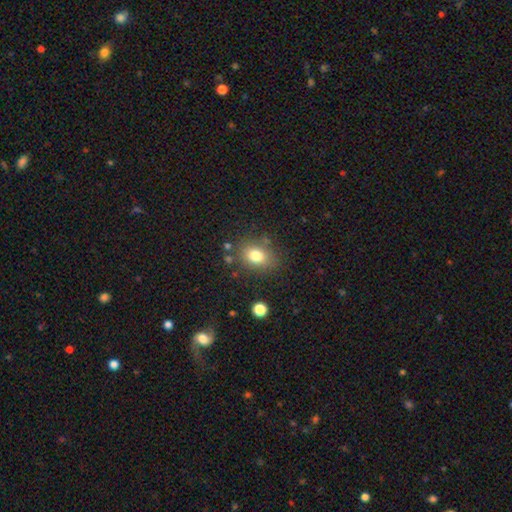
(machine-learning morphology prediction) Smooth or featured? smooth (78%)
How rounded? in between (64%)
Merging? none (77%)